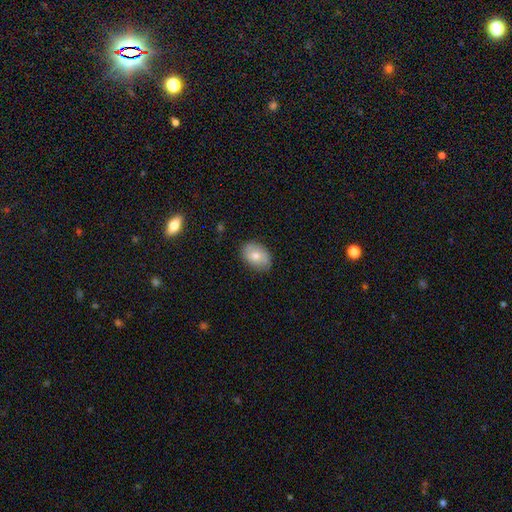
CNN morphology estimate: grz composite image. It shows a smooth galaxy with no disk features (73%) that is in between round and cigar-shaped (85%). Merging: none (83%).